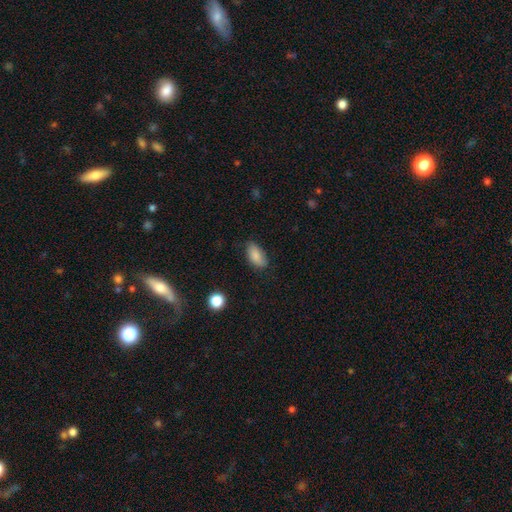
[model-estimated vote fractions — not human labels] smooth_or_featured: smooth (p=0.84) [alt: featured or disk p=0.08]
how_rounded: in between (p=0.92) [alt: cigar-shaped p=0.04]
merging: none (p=0.73) [alt: minor disturbance p=0.22]